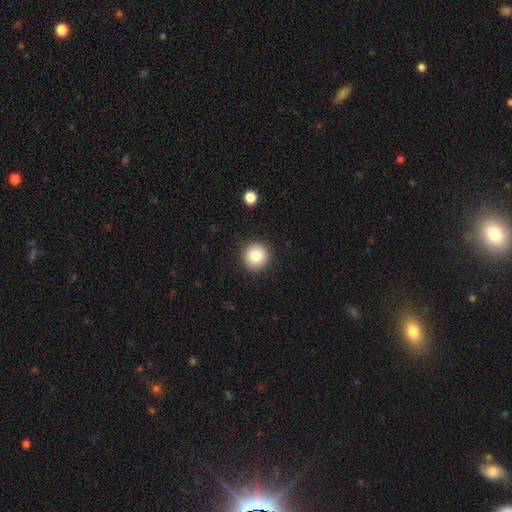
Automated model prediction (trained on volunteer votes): Overall: smooth (81%). How rounded: round (94%). Merging: none (92%).